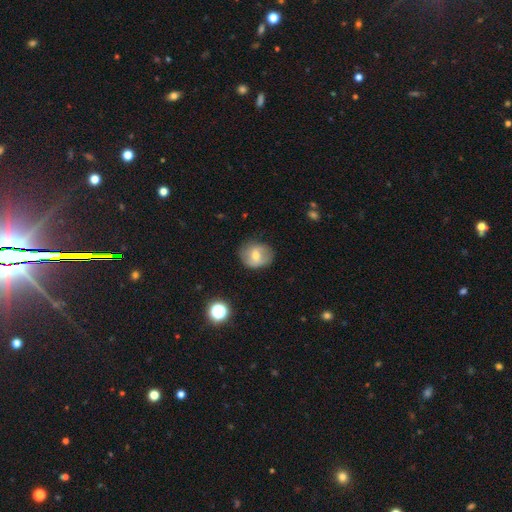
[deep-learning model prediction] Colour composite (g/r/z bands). It shows a smooth galaxy with no disk features (58%) that is round (66%). Merging: none (76%).